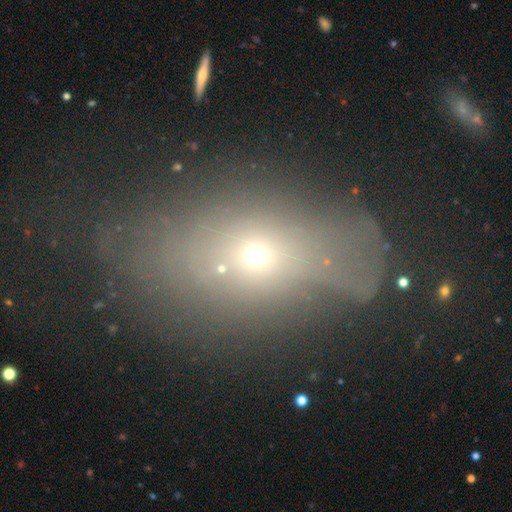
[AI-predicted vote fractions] The model was most divided on "smooth or featured": smooth: 48%, featured or disk: 30%, star or artifact: 22%. Remaining: merging — none (45%).